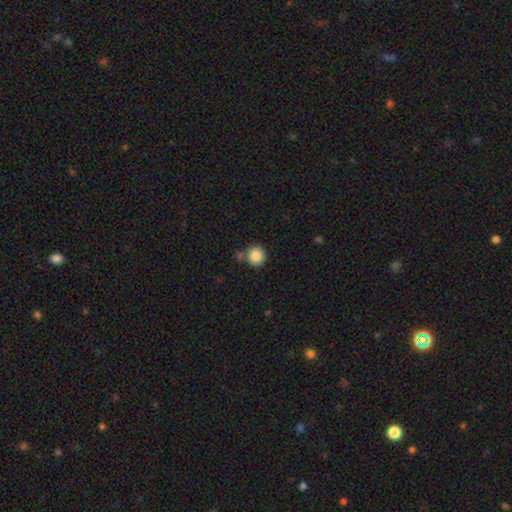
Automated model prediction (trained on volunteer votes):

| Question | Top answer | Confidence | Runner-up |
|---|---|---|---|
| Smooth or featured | smooth | 87% | star or artifact (9%) |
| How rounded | round | 92% | in between (7%) |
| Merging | none | 72% | merger (14%) |